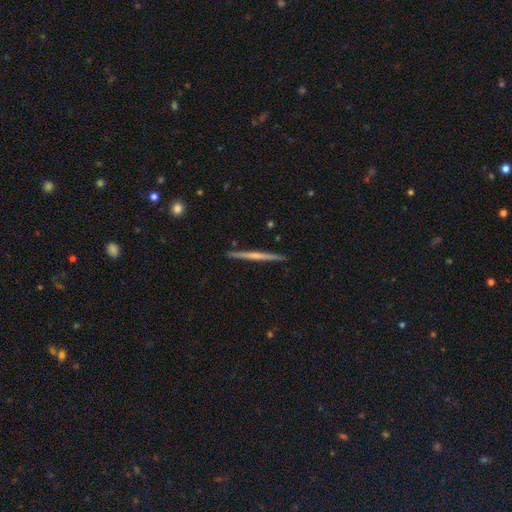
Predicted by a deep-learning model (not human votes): A featured or disk galaxy (60%) viewed edge-on (98%) with no central bulge (67%). Merging: none (92%).